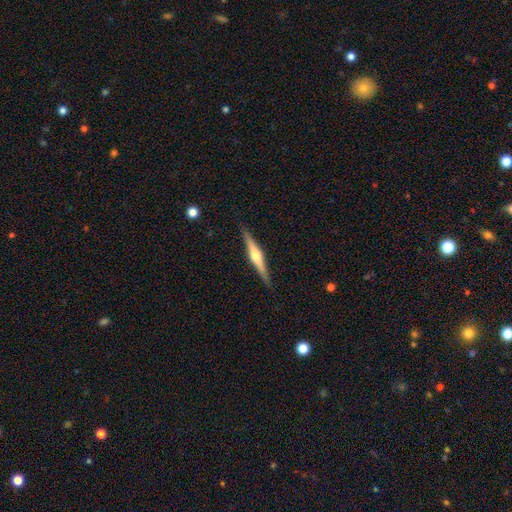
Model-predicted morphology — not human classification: Smooth or featured?
  - featured or disk: 74% *
  - smooth: 21%
  - star or artifact: 5%
Edge-on disk?
  - yes: 98% *
  - no: 2%
Edge-on bulge?
  - rounded: 89% *
  - boxy: 7%
  - none: 4%
Merging?
  - none: 90% *
  - minor disturbance: 7%
  - major disturbance: 1%
  - merger: 1%